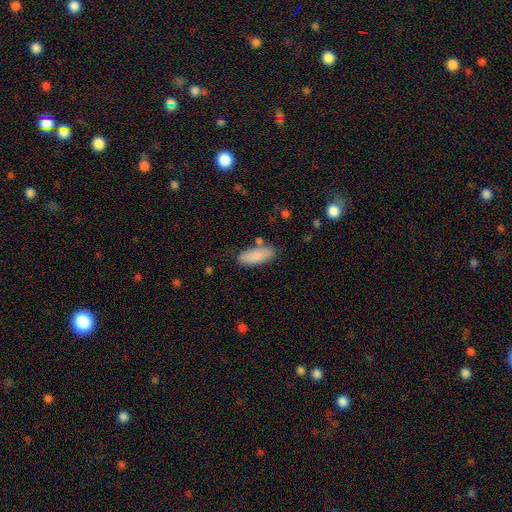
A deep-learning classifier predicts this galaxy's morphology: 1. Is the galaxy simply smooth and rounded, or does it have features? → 87% smooth, 6% featured or disk, 6% star or artifact.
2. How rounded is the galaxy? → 72% in between, 27% cigar-shaped, 2% round.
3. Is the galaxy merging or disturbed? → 76% none, 14% minor disturbance, 6% merger, 3% major disturbance.